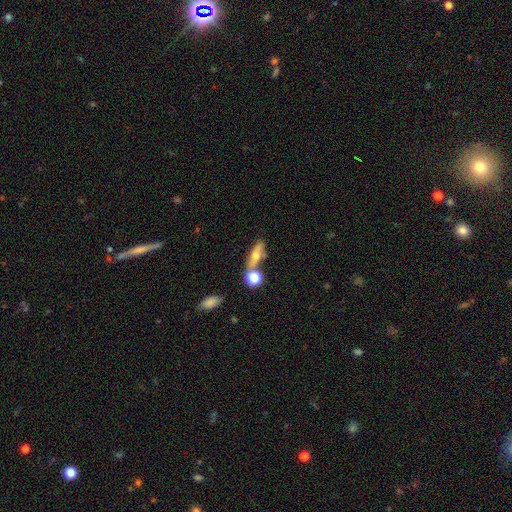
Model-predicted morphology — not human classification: Smooth or featured? smooth (52%)
How rounded? in between (50%)
Merging? none (56%)